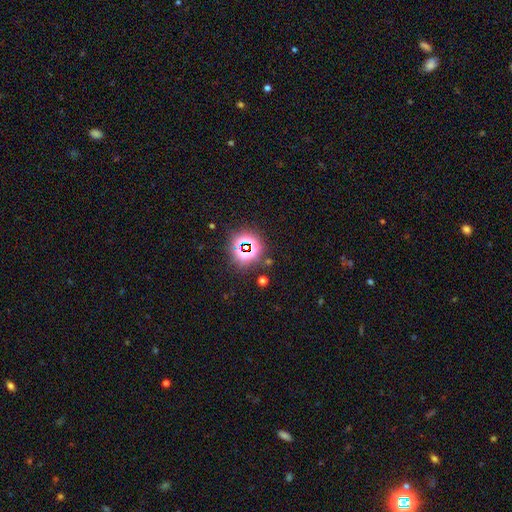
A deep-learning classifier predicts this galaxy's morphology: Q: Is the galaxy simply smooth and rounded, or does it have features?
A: star or artifact — 78%.